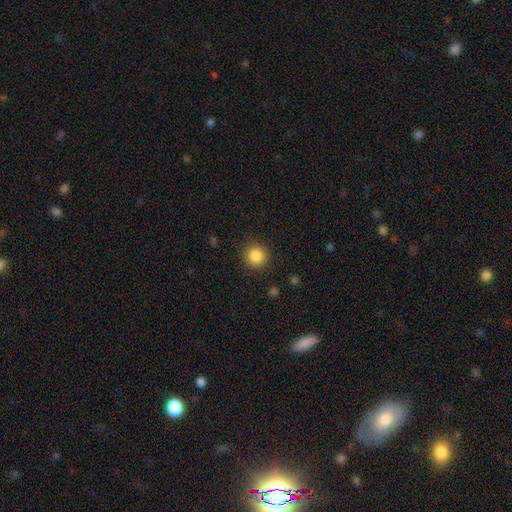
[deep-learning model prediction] smooth-or-featured: smooth: 85% | star or artifact: 10% | featured or disk: 4%
  how-rounded: round: 93% | in between: 6% | cigar-shaped: 1%
  merging: none: 89% | minor disturbance: 7% | major disturbance: 3% | merger: 1%